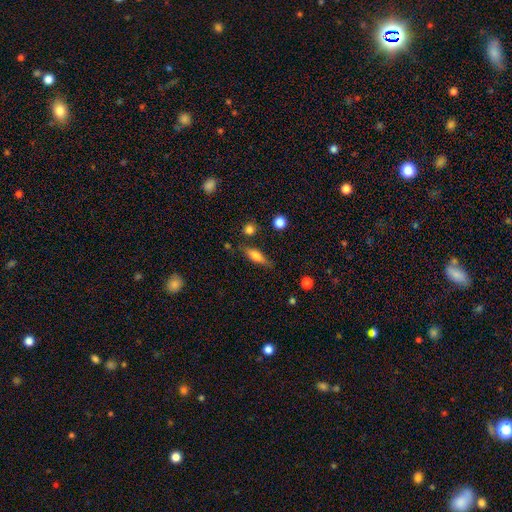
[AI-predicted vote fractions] smooth-or-featured: smooth: 65% | featured or disk: 27% | star or artifact: 8%
  how-rounded: in between: 51% | cigar-shaped: 46% | round: 4%
  merging: none: 72% | minor disturbance: 18% | major disturbance: 5% | merger: 4%